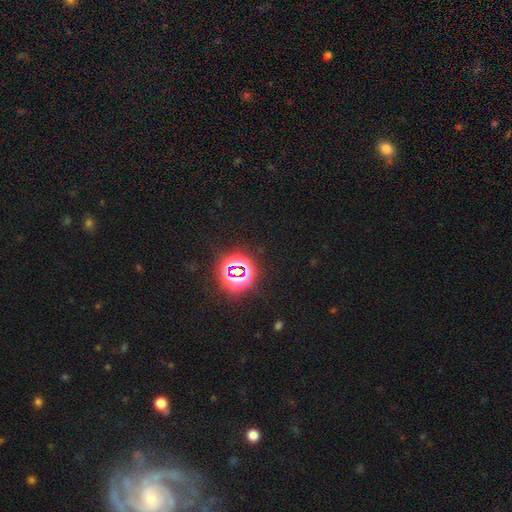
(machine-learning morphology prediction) star or artifact 58%, featured or disk 23%, smooth 19%.